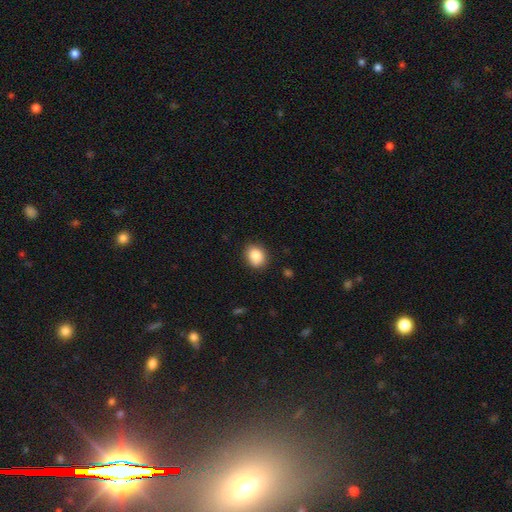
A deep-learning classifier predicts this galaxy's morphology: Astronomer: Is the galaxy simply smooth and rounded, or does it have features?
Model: smooth — 87%.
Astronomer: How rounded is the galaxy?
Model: round — 53% (runner-up: in between, 46%).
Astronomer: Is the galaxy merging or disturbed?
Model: none — 85%.